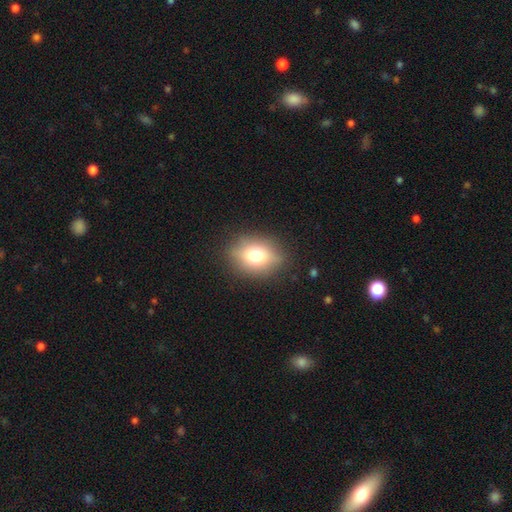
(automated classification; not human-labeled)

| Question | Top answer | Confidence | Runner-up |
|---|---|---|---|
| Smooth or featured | smooth | 72% | featured or disk (16%) |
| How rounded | in between | 54% | round (45%) |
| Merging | none | 85% | minor disturbance (10%) |